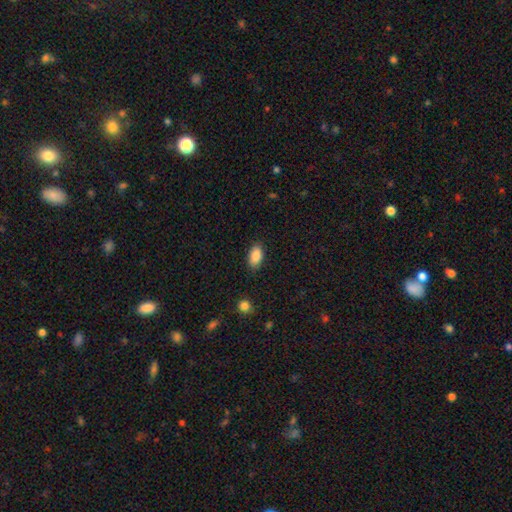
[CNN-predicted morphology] type=smooth (88%); roundness=in between (92%); merging=none (84%).